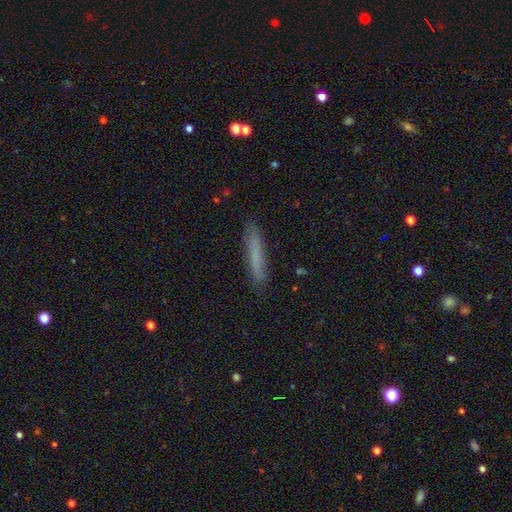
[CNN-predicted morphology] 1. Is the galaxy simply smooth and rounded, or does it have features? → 72% smooth, 19% featured or disk, 9% star or artifact.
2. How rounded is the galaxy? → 93% cigar-shaped, 6% in between, 1% round.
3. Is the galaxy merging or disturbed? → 88% none, 9% minor disturbance, 2% major disturbance, 1% merger.